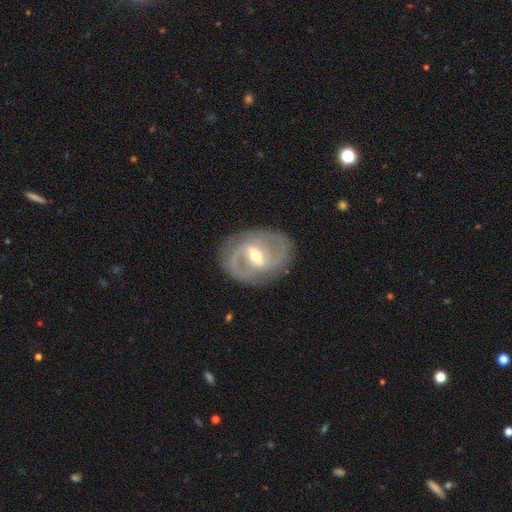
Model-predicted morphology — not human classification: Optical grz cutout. It shows a featured or disk galaxy (81%) with a weak bar (46%), 2 (76%) tight (45%) spiral arms (88%) and a moderate central bulge (67%). Merging: none (80%).